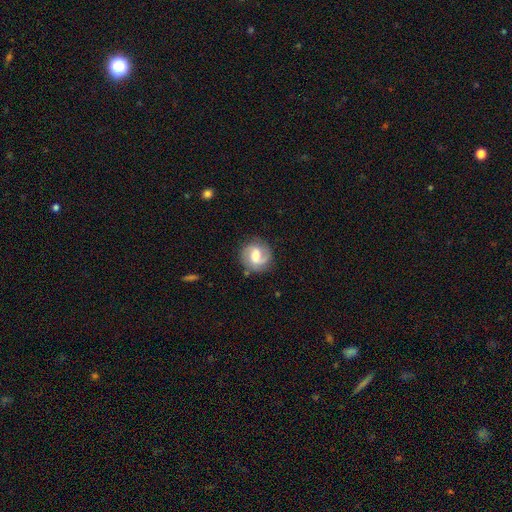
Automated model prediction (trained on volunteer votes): Smooth or featured? featured or disk (67%)
Edge-on disk? no (98%)
Bar? weak (54%)
Spiral arms? yes (91%)
Spiral winding? medium (46%)
Spiral arm count? 2 (79%)
Bulge size? moderate (56%)
Merging? none (78%)